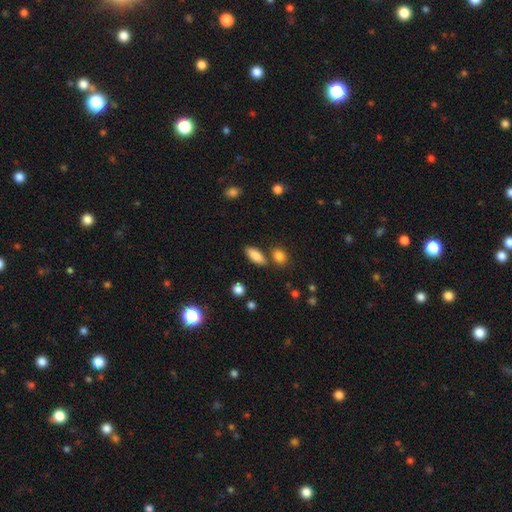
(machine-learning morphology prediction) Smooth or featured? Predicted: smooth (p=0.85). How rounded? Predicted: in between (p=0.78). Merging? Predicted: none (p=0.76).